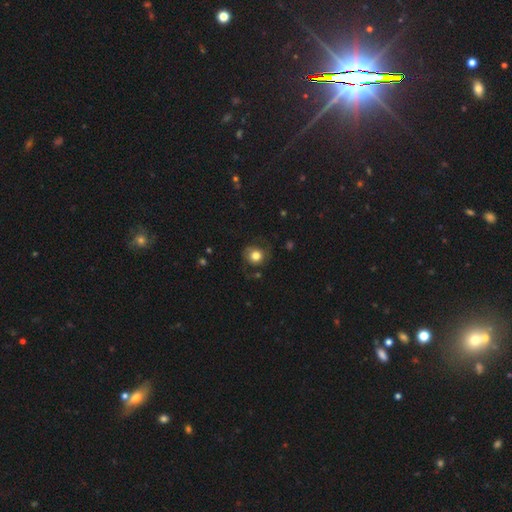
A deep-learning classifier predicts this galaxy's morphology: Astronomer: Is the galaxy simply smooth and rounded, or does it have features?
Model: smooth — 75%.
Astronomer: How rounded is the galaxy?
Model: round — 82%.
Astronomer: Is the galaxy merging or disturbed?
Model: none — 69%.